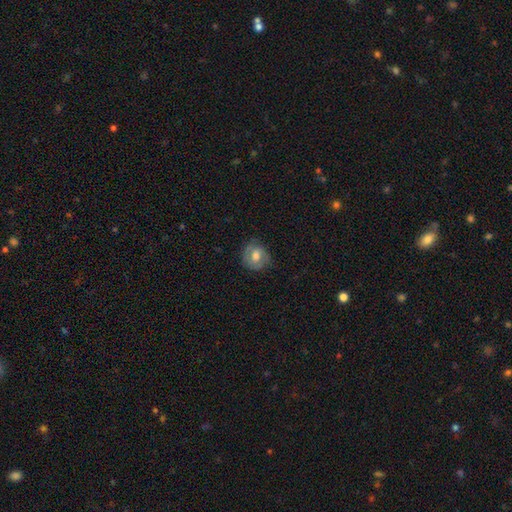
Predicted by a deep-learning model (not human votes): smooth-or-featured: smooth: 61% | featured or disk: 32% | star or artifact: 8%
  how-rounded: round: 77% | in between: 22% | cigar-shaped: 1%
  merging: none: 70% | minor disturbance: 22% | major disturbance: 7% | merger: 1%